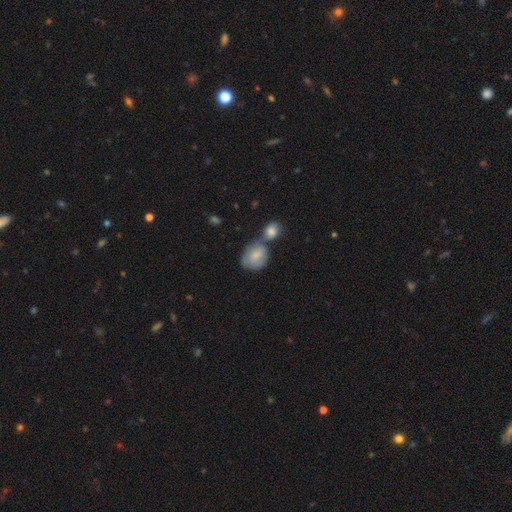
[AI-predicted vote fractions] This is likely a smooth galaxy (75%). How rounded: possibly in between (50%). Merging: marginally merger (44%).